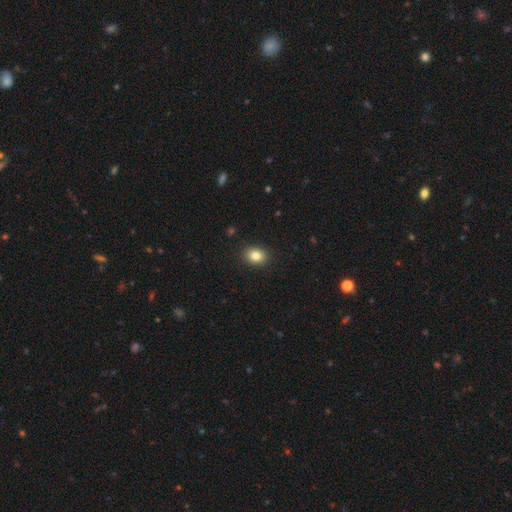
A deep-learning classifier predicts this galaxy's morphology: smooth_or_featured: smooth (p=0.84) [alt: star or artifact p=0.10]
how_rounded: in between (p=0.55) [alt: round p=0.44]
merging: none (p=0.90) [alt: minor disturbance p=0.07]